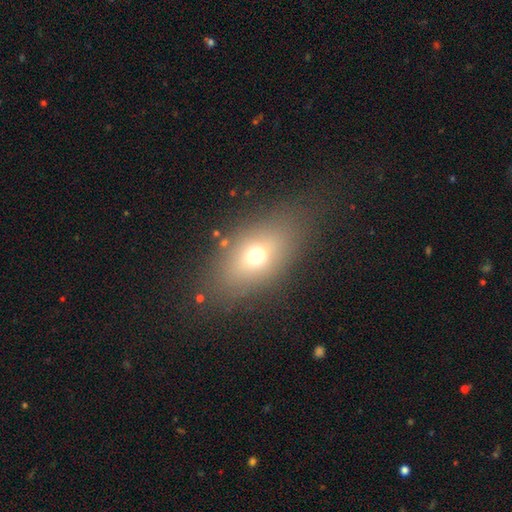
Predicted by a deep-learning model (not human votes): smooth-or-featured: smooth: 66% | featured or disk: 19% | star or artifact: 15%
  how-rounded: in between: 80% | round: 16% | cigar-shaped: 4%
  merging: none: 78% | minor disturbance: 13% | major disturbance: 7% | merger: 2%